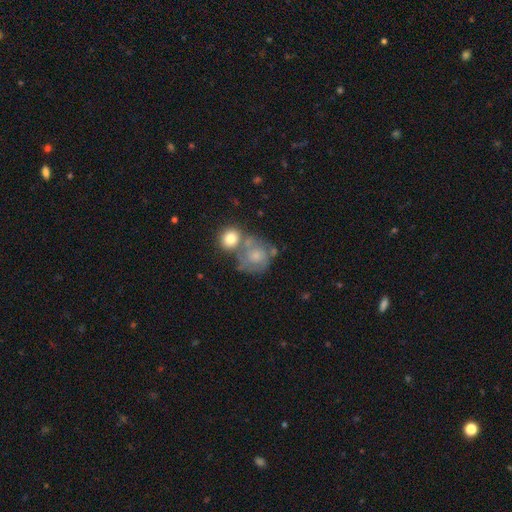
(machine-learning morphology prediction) smooth_or_featured: smooth (p=0.52) [alt: featured or disk p=0.40]
how_rounded: round (p=0.78) [alt: in between p=0.21]
merging: none (p=0.36) [alt: merger p=0.33]